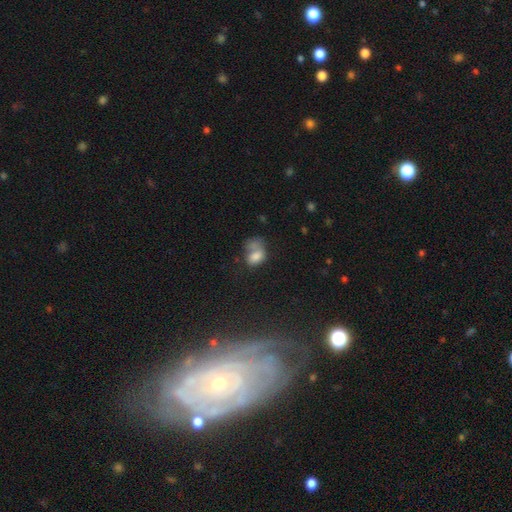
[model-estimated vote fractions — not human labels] smooth-or-featured: smooth: 74% | featured or disk: 15% | star or artifact: 11%
  how-rounded: in between: 77% | round: 22% | cigar-shaped: 1%
  merging: merger: 37% | none: 23% | major disturbance: 22% | minor disturbance: 18%